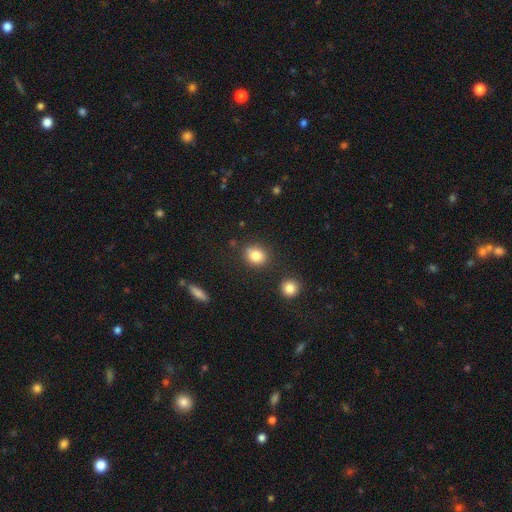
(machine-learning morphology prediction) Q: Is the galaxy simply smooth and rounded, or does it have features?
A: smooth — 83%.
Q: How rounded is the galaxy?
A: round — 67%.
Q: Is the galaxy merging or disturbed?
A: none — 82%.